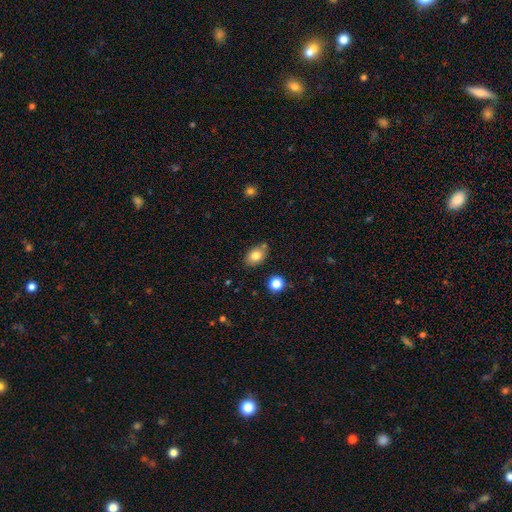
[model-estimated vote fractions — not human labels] Q: Smooth or featured?
A: smooth (81%); runner-up: featured or disk (10%)
Q: How rounded?
A: in between (75%); runner-up: round (24%)
Q: Merging?
A: none (76%); runner-up: minor disturbance (14%)